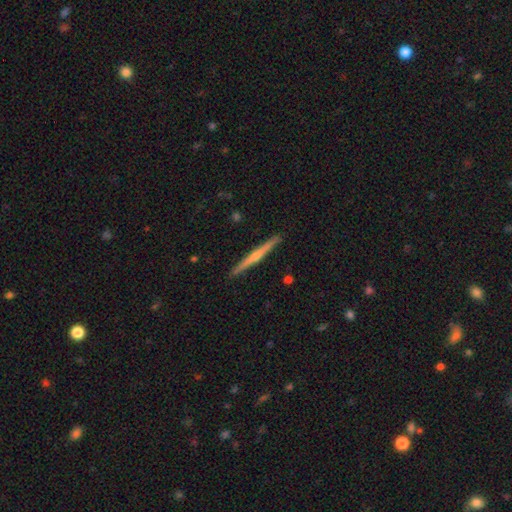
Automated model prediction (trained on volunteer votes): Smooth or featured? featured or disk (64%)
Edge-on disk? yes (98%)
Edge-on bulge? rounded (62%)
Merging? none (92%)